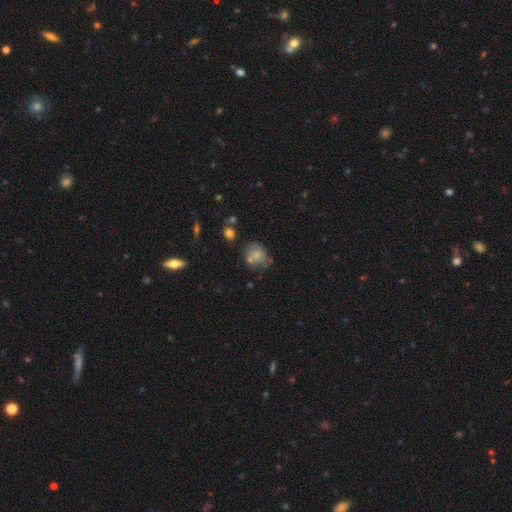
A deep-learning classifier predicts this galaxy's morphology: Smooth or featured?
  - smooth: 71% *
  - featured or disk: 19%
  - star or artifact: 10%
How rounded?
  - round: 71% *
  - in between: 28%
  - cigar-shaped: 1%
Merging?
  - none: 52% *
  - minor disturbance: 23%
  - merger: 17%
  - major disturbance: 9%